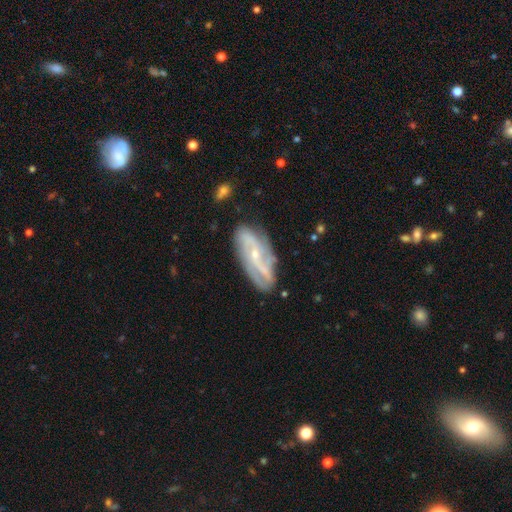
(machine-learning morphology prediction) featured or disk 81%, smooth 13%, star or artifact 6%. Down the decision tree: edge-on disk — no (91%); bar — no (45%); spiral arms — yes (92%); spiral arm count — 2 (51%); spiral winding — medium (40%); bulge size — small (75%); merging — none (75%).